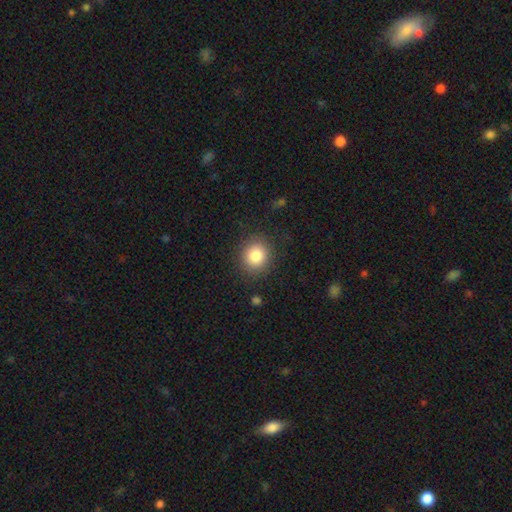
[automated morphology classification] Smooth or featured? Predicted: smooth (p=0.84). How rounded? Predicted: round (p=0.82). Merging? Predicted: none (p=0.86).